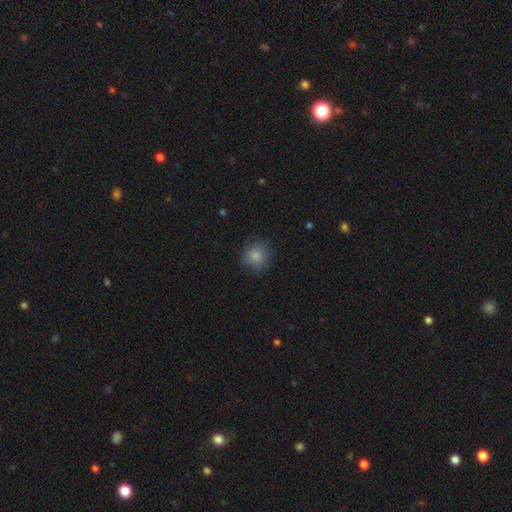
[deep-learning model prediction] smooth 85%, star or artifact 10%, featured or disk 6%. Down the decision tree: how rounded — round (87%); merging — none (81%).